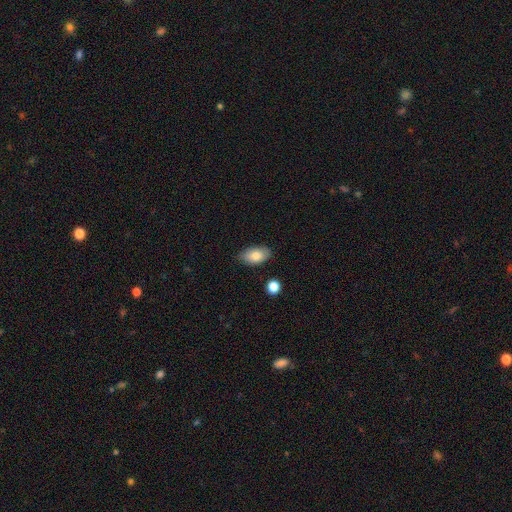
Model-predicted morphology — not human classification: Overall: smooth (80%). How rounded: in between (93%). Merging: none (81%).